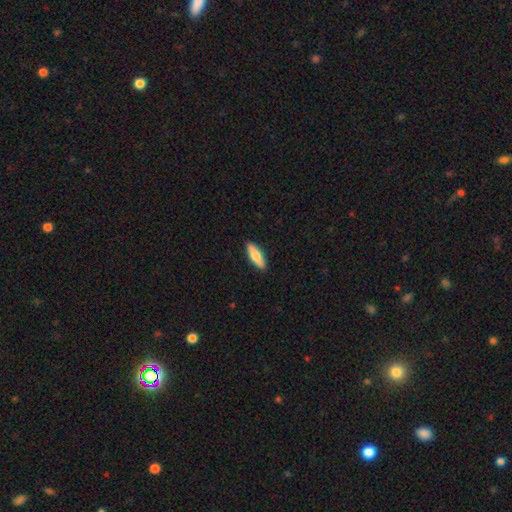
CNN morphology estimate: A smooth galaxy with no disk features (73%) that is cigar-shaped (57%).

Vote fractions:
- Smooth or featured? smooth: 73% / featured or disk: 22% / star or artifact: 5%
- How rounded? cigar-shaped: 57% / in between: 41% / round: 2%
- Merging? none: 90% / minor disturbance: 7% / major disturbance: 2% / merger: 1%